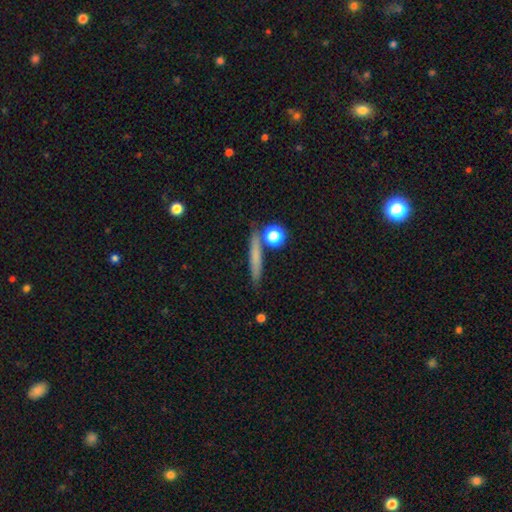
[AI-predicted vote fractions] Morphology: type=smooth (67%); roundness=cigar-shaped (85%); merging=none (80%).